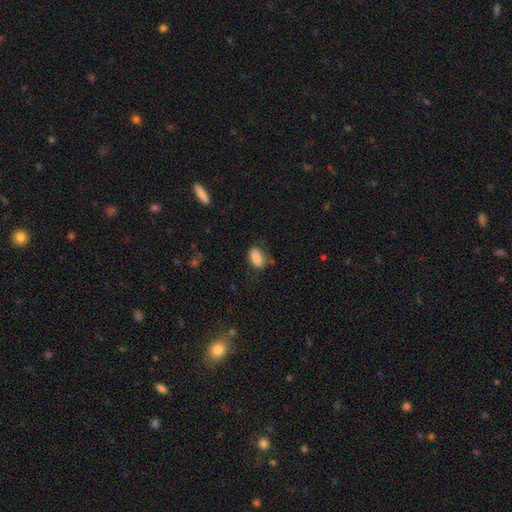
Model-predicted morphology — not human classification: Q: Smooth or featured?
A: smooth (87%); runner-up: star or artifact (8%)
Q: How rounded?
A: in between (91%); runner-up: round (6%)
Q: Merging?
A: none (67%); runner-up: minor disturbance (24%)